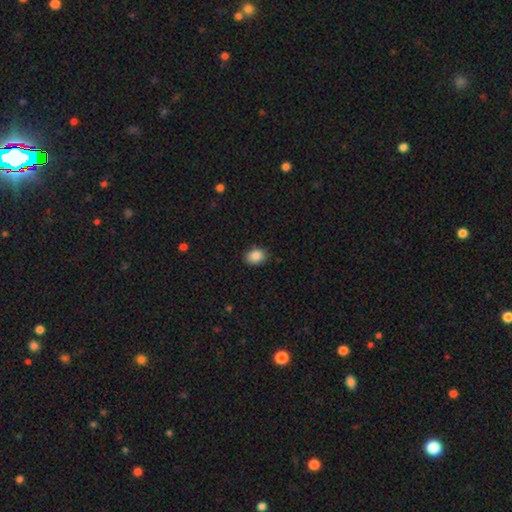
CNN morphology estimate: Q: Smooth or featured?
A: smooth (87%); runner-up: star or artifact (9%)
Q: How rounded?
A: in between (65%); runner-up: round (34%)
Q: Merging?
A: none (86%); runner-up: minor disturbance (11%)